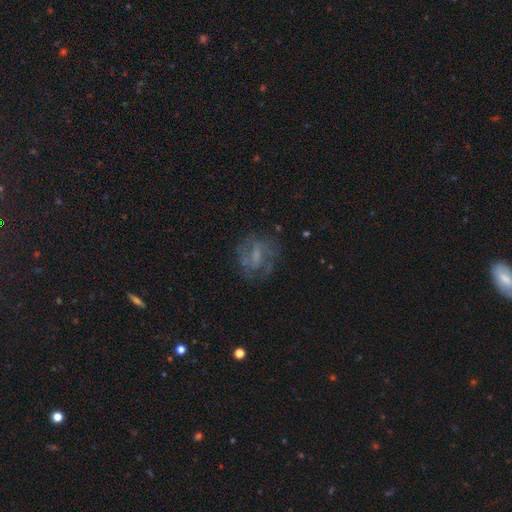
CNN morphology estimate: type=featured or disk (59%); edge-on=no (96%); bar=weak (47%); spiral arms=yes (69%); bulge=none (40%); merging=none (65%).